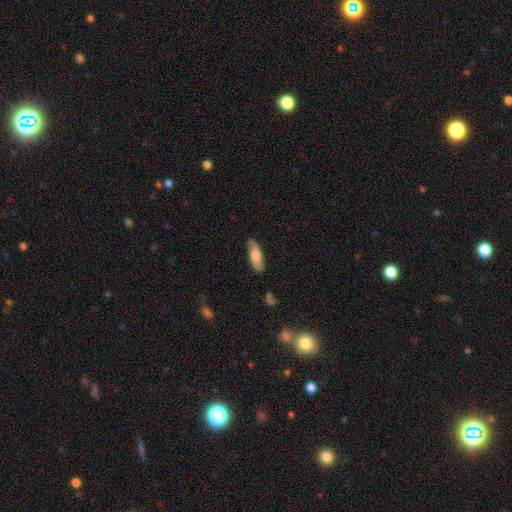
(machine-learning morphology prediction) smooth_or_featured: smooth (p=0.73) [alt: featured or disk p=0.21]
how_rounded: in between (p=0.60) [alt: cigar-shaped p=0.38]
merging: none (p=0.83) [alt: minor disturbance p=0.13]